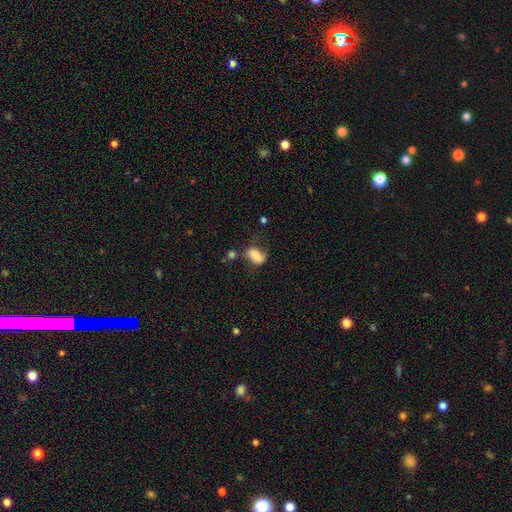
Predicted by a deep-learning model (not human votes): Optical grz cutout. It shows a smooth galaxy with no disk features (71%) that is in between round and cigar-shaped (88%). Merging: none (42%).